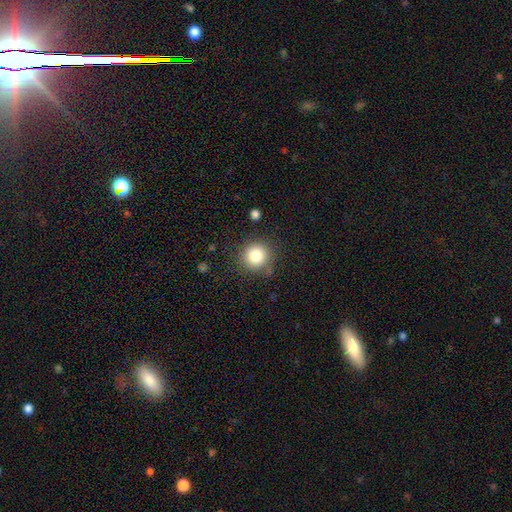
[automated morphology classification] Smooth or featured? Predicted: smooth (p=0.82). How rounded? Predicted: round (p=0.92). Merging? Predicted: none (p=0.83).